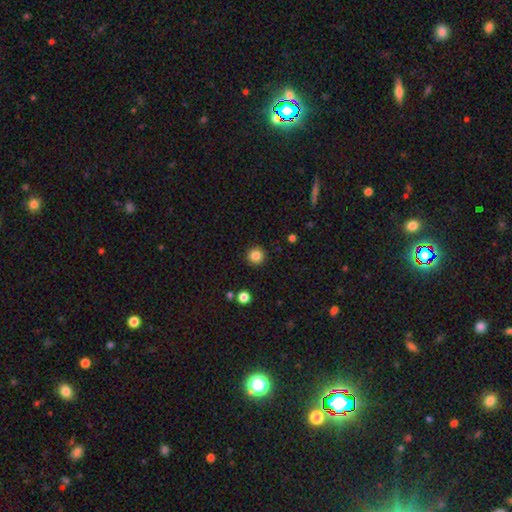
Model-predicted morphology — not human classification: Smooth or featured?
  - smooth: 84% *
  - star or artifact: 11%
  - featured or disk: 4%
How rounded?
  - round: 95% *
  - in between: 4%
  - cigar-shaped: 1%
Merging?
  - none: 92% *
  - minor disturbance: 5%
  - major disturbance: 2%
  - merger: 1%